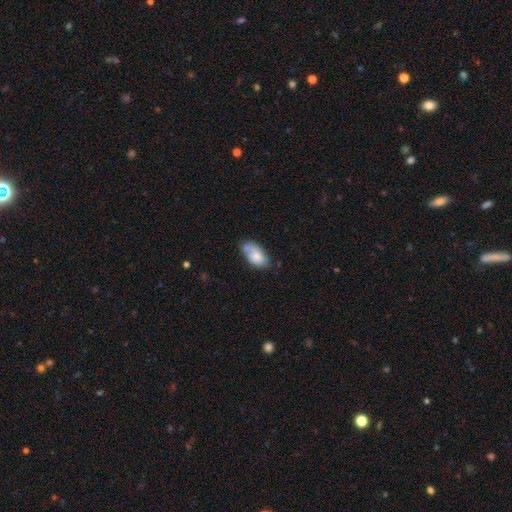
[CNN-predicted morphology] Smooth or featured? Predicted: smooth (p=0.72). How rounded? Predicted: in between (p=0.92). Merging? Predicted: none (p=0.48).